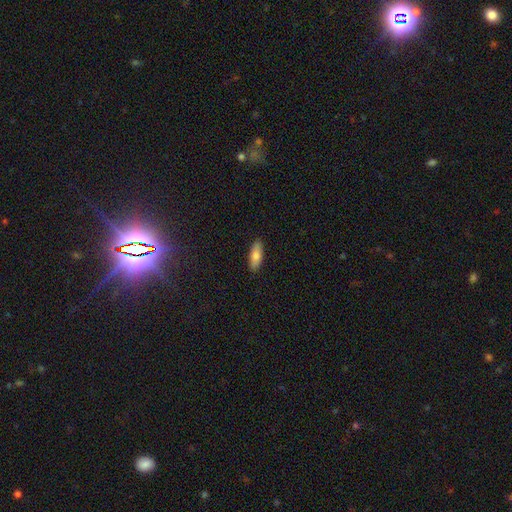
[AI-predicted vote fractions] Q: Smooth or featured?
A: smooth (78%); runner-up: featured or disk (15%)
Q: How rounded?
A: in between (67%); runner-up: cigar-shaped (31%)
Q: Merging?
A: none (90%); runner-up: minor disturbance (8%)